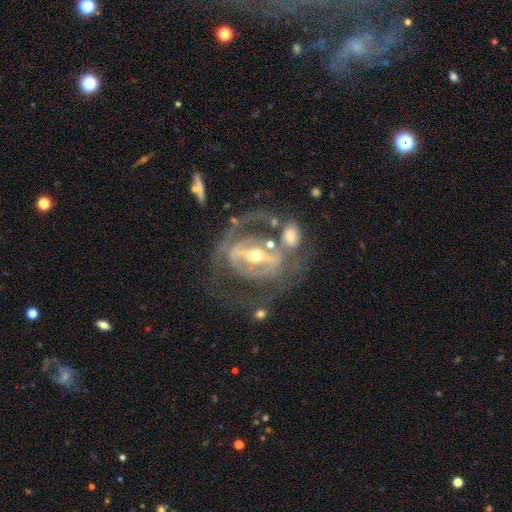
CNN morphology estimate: A featured or disk galaxy (86%) with a strong bar (66%), 2 (60%) medium (41%) spiral arms (70%) and a moderate central bulge (54%).

Vote fractions:
- Smooth or featured? featured or disk: 86% / smooth: 9% / star or artifact: 5%
- Edge-on disk? no: 95% / yes: 5%
- Bar? strong: 66% / weak: 23% / no: 11%
- Spiral arms? yes: 70% / no: 30%
- Spiral winding? medium: 41% / tight: 39% / loose: 20%
- Spiral arm count? 2: 60% / can't tell: 19% / 1: 11% / 3: 6% / 4: 2% / more than 4: 2%
- Bulge size? moderate: 54% / small: 40% / large: 3% / dominant: 1% / none: 1%
- Merging? none: 42% / major disturbance: 26% / merger: 16% / minor disturbance: 16%